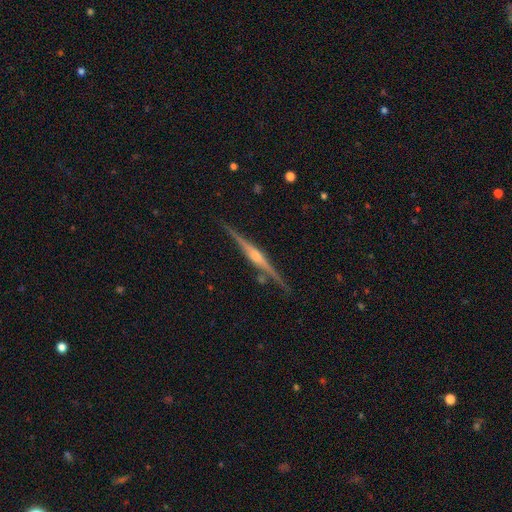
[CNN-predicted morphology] This is clearly a featured or disk galaxy (86%). It is clearly viewed edge-on (98%). Edge-on bulge: clearly rounded (81%). Merging: clearly none (87%).